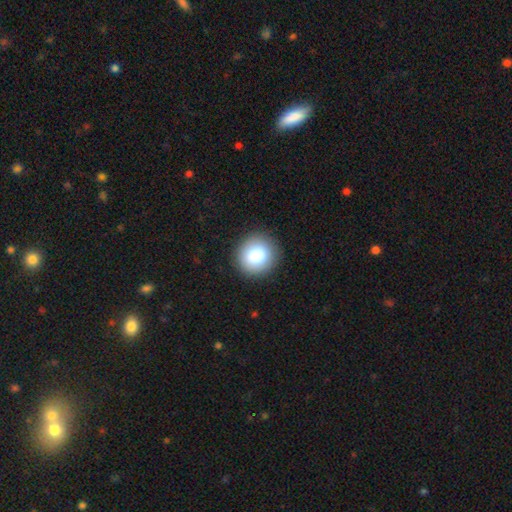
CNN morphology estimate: This appears to be a smooth galaxy with no disk features (85%) that is round (92%). Merging: none (91%).